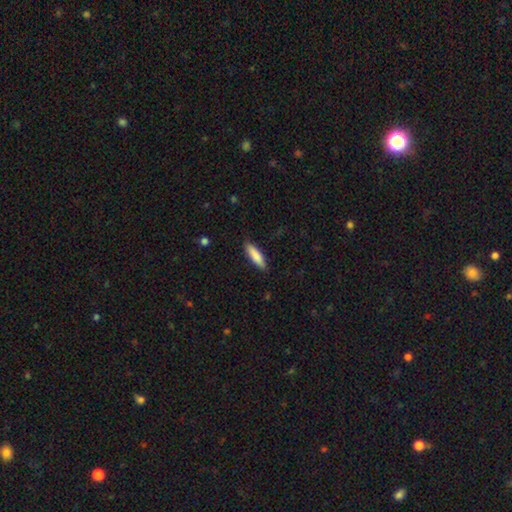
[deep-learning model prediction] Smooth or featured: smooth — 84% (featured or disk — 10%)
How rounded: cigar-shaped — 63% (in between — 36%)
Merging: none — 86% (minor disturbance — 11%)